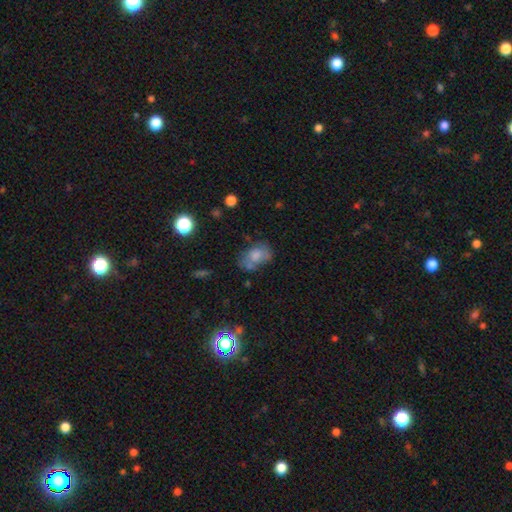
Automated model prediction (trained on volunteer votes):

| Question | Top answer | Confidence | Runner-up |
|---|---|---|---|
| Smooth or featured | smooth | 67% | featured or disk (23%) |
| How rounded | in between | 82% | round (16%) |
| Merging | none | 43% | minor disturbance (26%) |